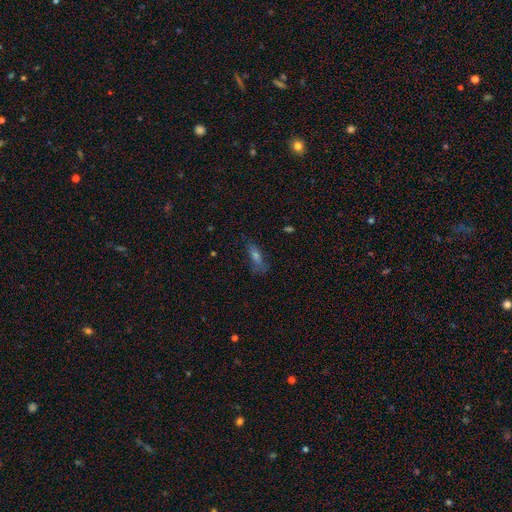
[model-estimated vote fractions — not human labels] Q: Smooth or featured?
A: smooth (51%); runner-up: featured or disk (29%)
Q: How rounded?
A: in between (49%); runner-up: cigar-shaped (47%)
Q: Merging?
A: none (64%); runner-up: minor disturbance (22%)